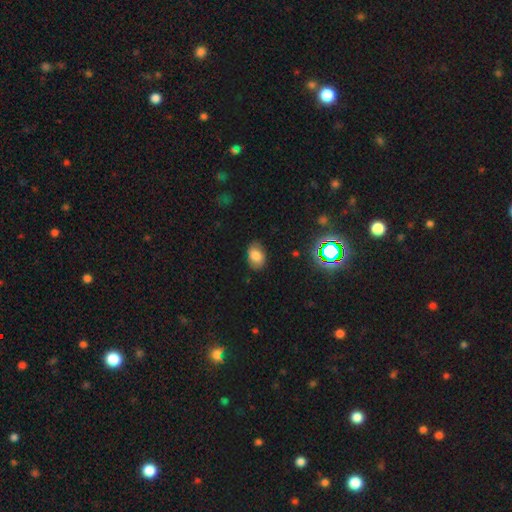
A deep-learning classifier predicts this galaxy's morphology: Smooth or featured? smooth (76%)
How rounded? in between (83%)
Merging? none (79%)